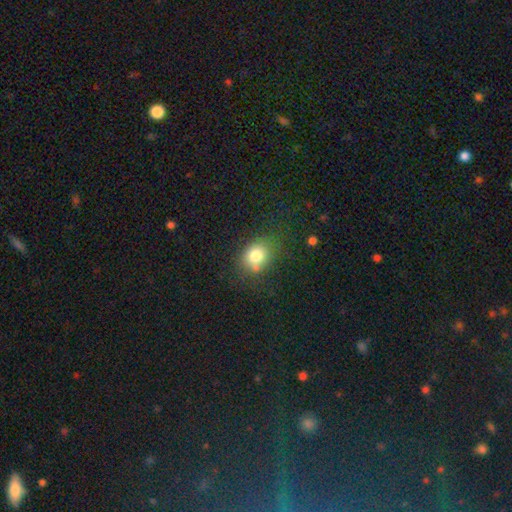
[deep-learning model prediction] This is likely a smooth galaxy (79%). How rounded: possibly in between (51%). Merging: likely none (67%).